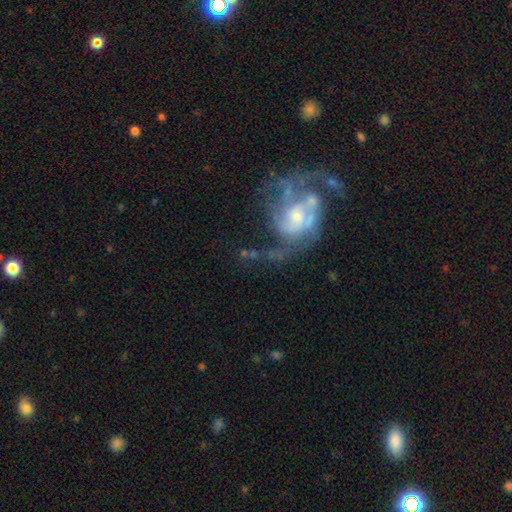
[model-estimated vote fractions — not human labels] This is clearly a featured or disk galaxy (80%). It is clearly not viewed edge-on (97%). Bar: likely no (60%). Spiral arm pattern: clearly yes (92%). Spiral arm count: marginally 2 (40%). Spiral winding: possibly medium (47%). Central bulge: possibly small (46%). Merging: possibly none (51%).